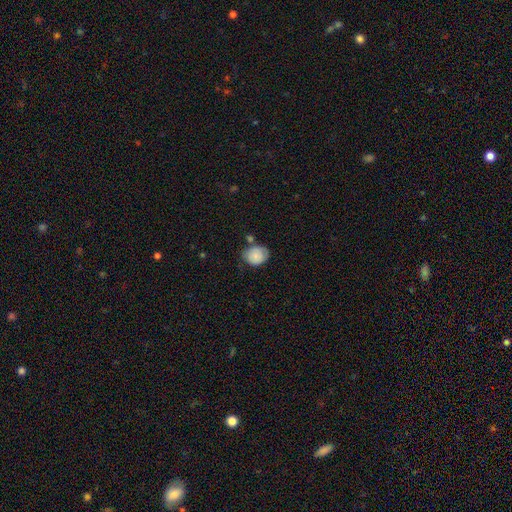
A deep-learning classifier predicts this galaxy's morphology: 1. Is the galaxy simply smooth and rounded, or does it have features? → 79% smooth, 13% featured or disk, 8% star or artifact.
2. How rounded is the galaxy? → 56% round, 43% in between, 1% cigar-shaped.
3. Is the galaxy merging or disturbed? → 55% none, 28% minor disturbance, 11% merger, 7% major disturbance.